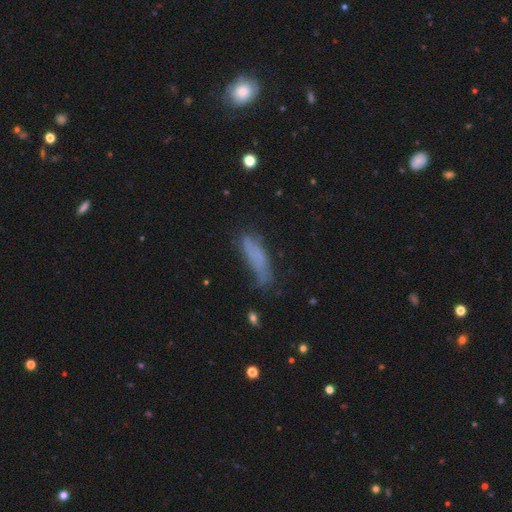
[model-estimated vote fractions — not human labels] Smooth or featured? smooth (65%)
How rounded? cigar-shaped (60%)
Merging? none (51%)